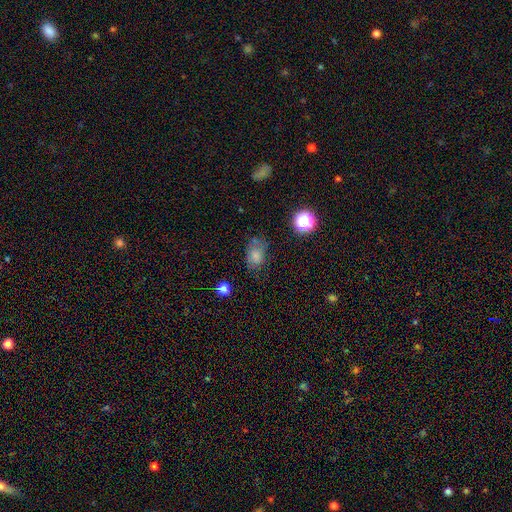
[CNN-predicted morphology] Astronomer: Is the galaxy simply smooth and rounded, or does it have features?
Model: smooth — 75%.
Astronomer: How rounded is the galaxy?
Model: in between — 74%.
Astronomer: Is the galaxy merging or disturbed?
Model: none — 58%.